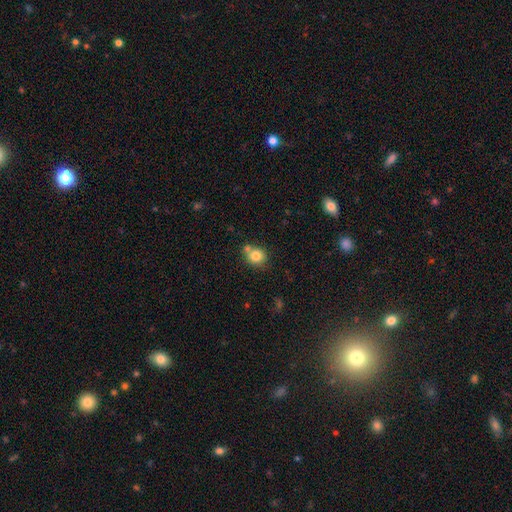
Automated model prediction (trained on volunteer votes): smooth 81%, star or artifact 10%, featured or disk 8%. Down the decision tree: how rounded — round (83%); merging — none (59%).